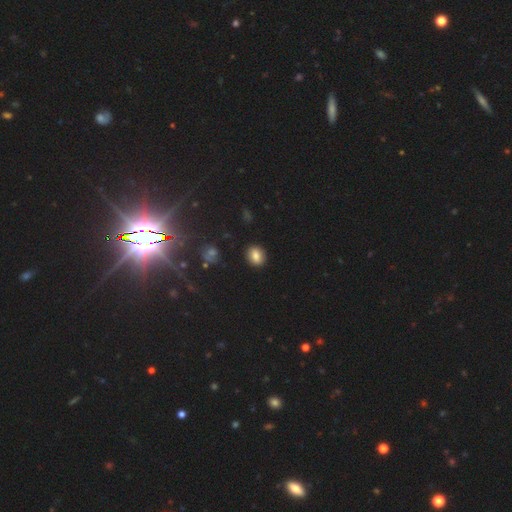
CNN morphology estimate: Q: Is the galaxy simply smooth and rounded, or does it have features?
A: smooth — 81%.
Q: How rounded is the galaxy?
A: round — 64%.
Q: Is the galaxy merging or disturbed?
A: none — 90%.